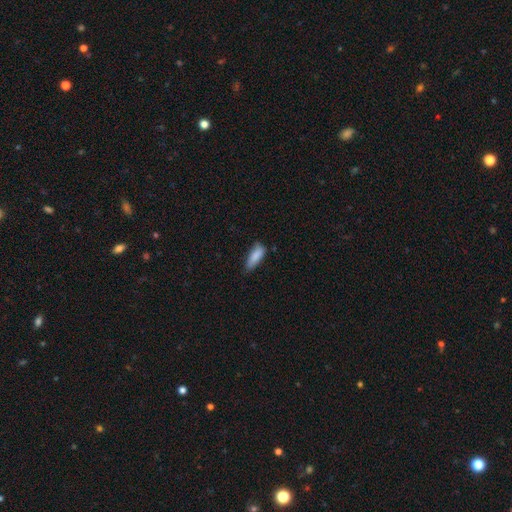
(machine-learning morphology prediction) smooth_or_featured: smooth (p=0.86) [alt: star or artifact p=0.07]
how_rounded: in between (p=0.67) [alt: cigar-shaped p=0.31]
merging: none (p=0.58) [alt: minor disturbance p=0.33]